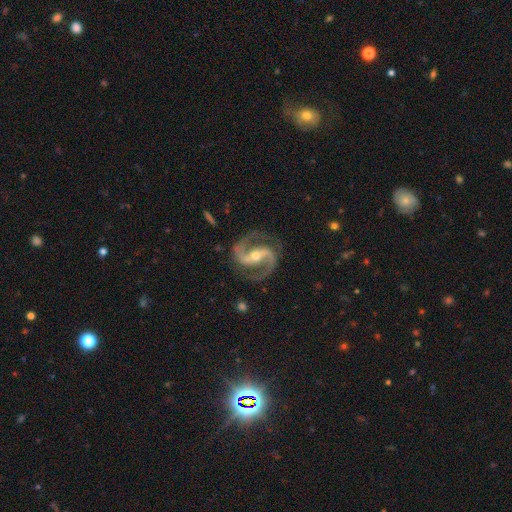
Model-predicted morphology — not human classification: Smooth or featured?
  - featured or disk: 94% *
  - star or artifact: 4%
  - smooth: 2%
Edge-on disk?
  - no: 98% *
  - yes: 2%
Bar?
  - strong: 48% *
  - weak: 34%
  - no: 19%
Spiral arms?
  - yes: 99% *
  - no: 1%
Spiral winding?
  - medium: 68% *
  - tight: 18%
  - loose: 14%
Spiral arm count?
  - 2: 95% *
  - can't tell: 1%
  - 3: 1%
  - 1: 1%
  - 4: 1%
  - more than 4: 1%
Bulge size?
  - moderate: 54% *
  - small: 42%
  - large: 2%
  - none: 1%
  - dominant: 1%
Merging?
  - none: 85% *
  - minor disturbance: 11%
  - major disturbance: 4%
  - merger: 1%